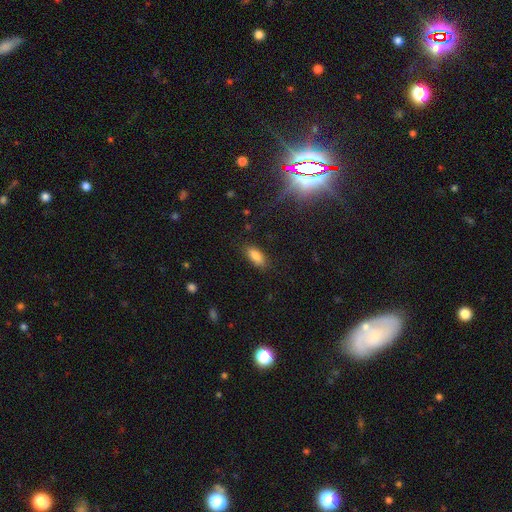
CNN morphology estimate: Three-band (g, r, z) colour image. It shows a smooth galaxy with no disk features (82%) that is in between round and cigar-shaped (84%). Merging: none (82%).